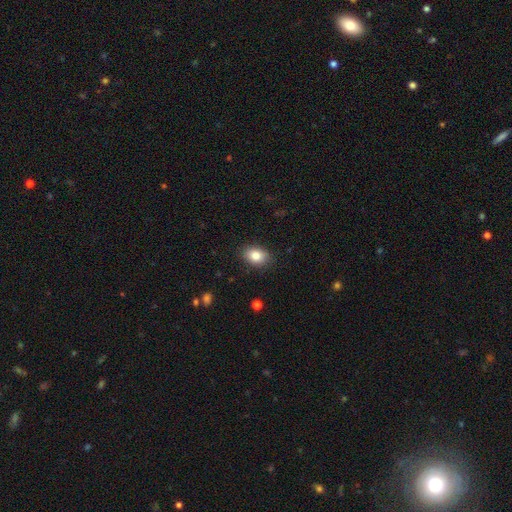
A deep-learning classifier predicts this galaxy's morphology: Q: Smooth or featured?
A: smooth (84%); runner-up: star or artifact (8%)
Q: How rounded?
A: in between (78%); runner-up: round (21%)
Q: Merging?
A: none (86%); runner-up: minor disturbance (10%)